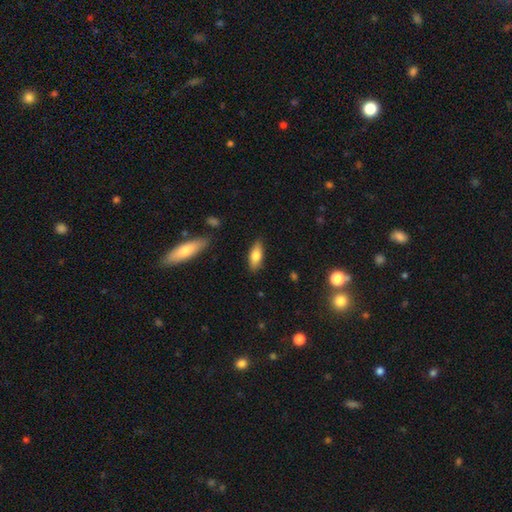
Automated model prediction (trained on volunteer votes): The model was most divided on "how rounded": in between: 74%, cigar-shaped: 23%, round: 3%. More confident: merging — none (86%); smooth or featured — smooth (74%).